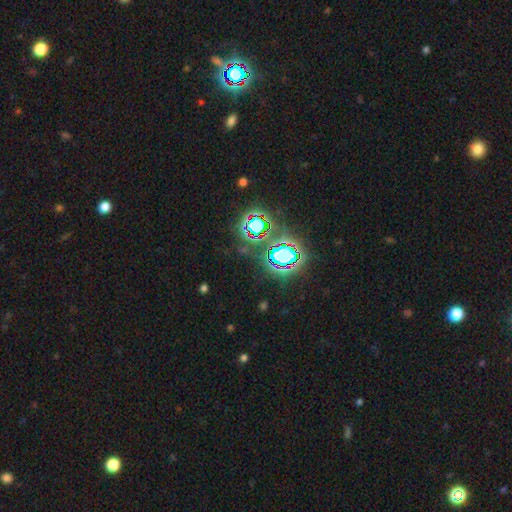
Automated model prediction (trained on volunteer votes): Smooth or featured? Predicted: star or artifact (p=0.82).